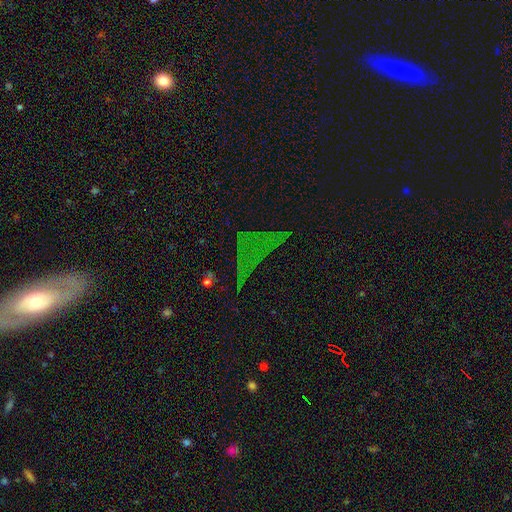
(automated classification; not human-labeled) A star or artifact, not a galaxy (47%).